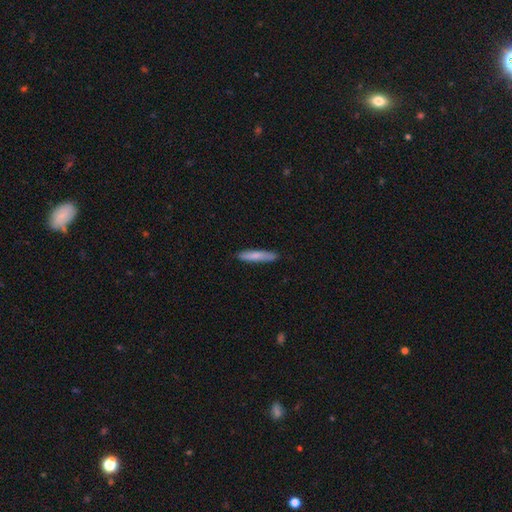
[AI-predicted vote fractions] Q: Smooth or featured?
A: smooth (77%); runner-up: featured or disk (17%)
Q: How rounded?
A: cigar-shaped (88%); runner-up: in between (11%)
Q: Merging?
A: none (87%); runner-up: minor disturbance (10%)